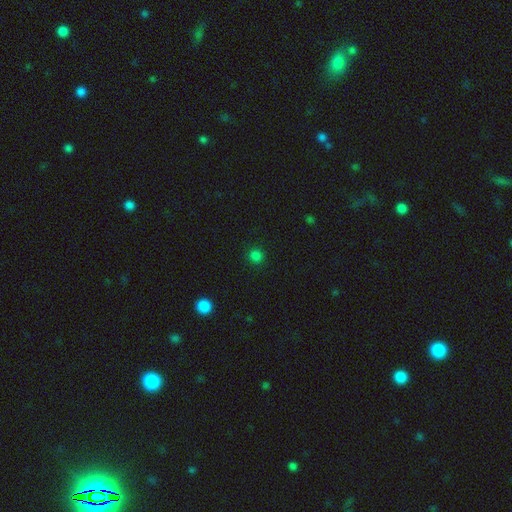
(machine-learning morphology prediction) Overall: smooth (80%). How rounded: round (90%). Merging: none (90%).